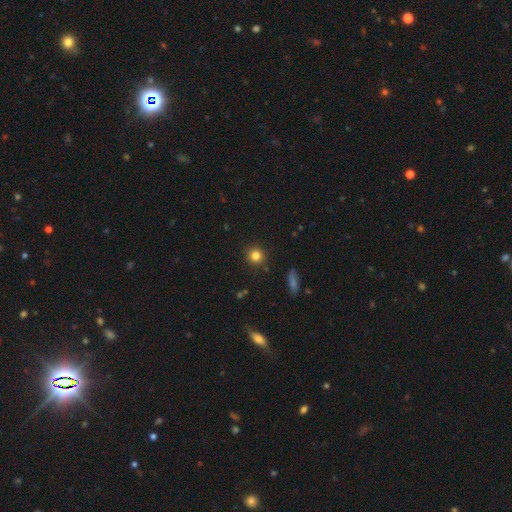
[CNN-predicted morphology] Smooth or featured?
  - smooth: 82% *
  - star or artifact: 12%
  - featured or disk: 6%
How rounded?
  - round: 92% *
  - in between: 7%
  - cigar-shaped: 1%
Merging?
  - none: 90% *
  - minor disturbance: 6%
  - major disturbance: 2%
  - merger: 2%